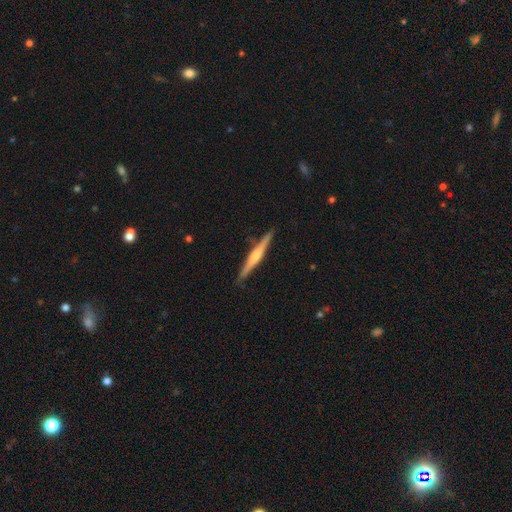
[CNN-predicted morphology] smooth-or-featured: featured or disk: 67% | smooth: 28% | star or artifact: 5%
  disk-edge-on: yes: 98% | no: 2%
    edge-on-bulge: rounded: 68% | boxy: 18% | none: 15%
  merging: none: 89% | minor disturbance: 8% | major disturbance: 1% | merger: 1%